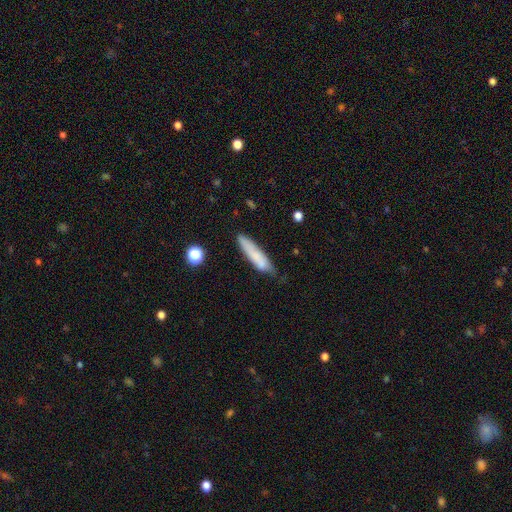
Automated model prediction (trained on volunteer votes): Overall: smooth (75%). How rounded: cigar-shaped (79%). Merging: none (64%; minor disturbance 27%).